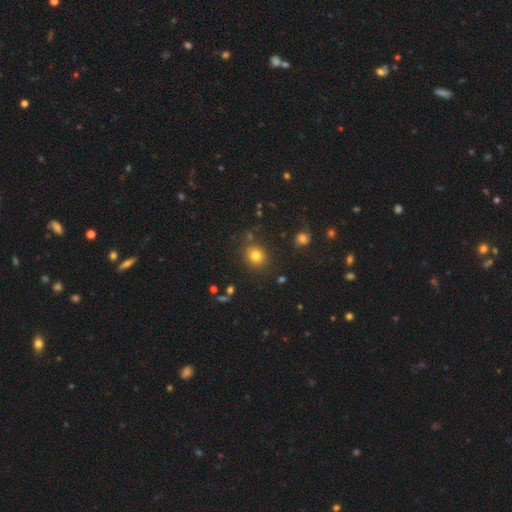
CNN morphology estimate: Overall: smooth (80%). How rounded: round (79%). Merging: none (84%).